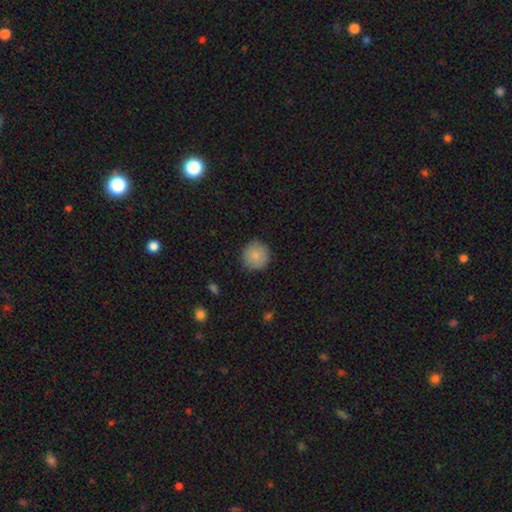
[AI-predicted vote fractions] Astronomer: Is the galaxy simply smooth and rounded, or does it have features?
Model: smooth — 86%.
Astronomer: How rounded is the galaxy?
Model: round — 95%.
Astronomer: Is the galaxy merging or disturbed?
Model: none — 89%.